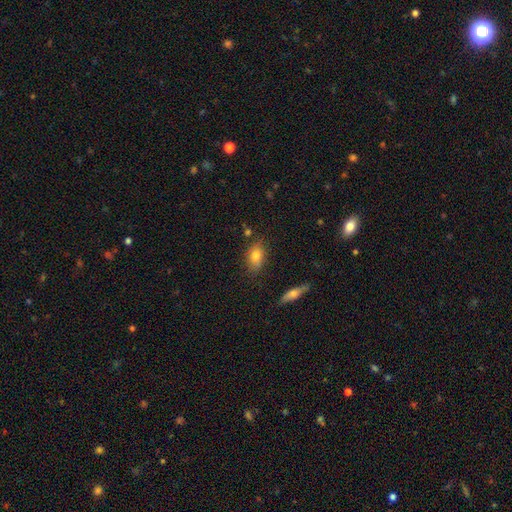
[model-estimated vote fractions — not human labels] smooth-or-featured: smooth: 79% | featured or disk: 12% | star or artifact: 9%
  how-rounded: in between: 84% | round: 10% | cigar-shaped: 6%
  merging: none: 77% | minor disturbance: 15% | merger: 4% | major disturbance: 3%